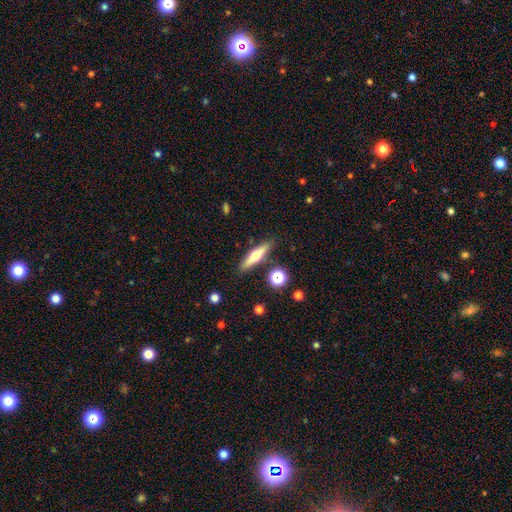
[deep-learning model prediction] This appears to be a smooth galaxy with no disk features (48%). Merging: none (86%).